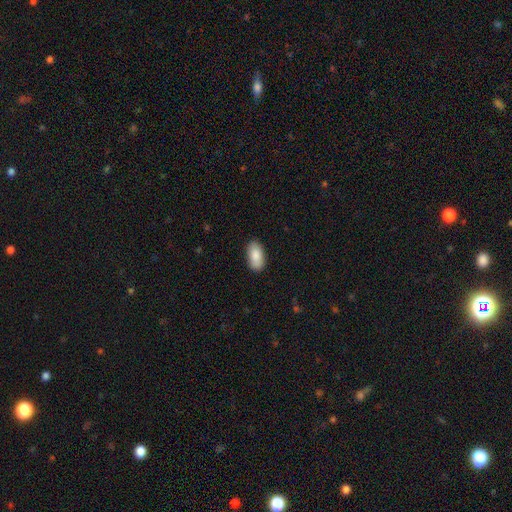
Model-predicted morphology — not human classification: type=smooth (88%); roundness=in between (94%); merging=none (87%).